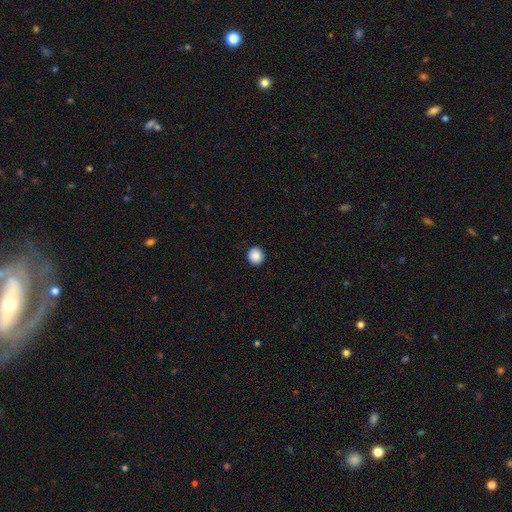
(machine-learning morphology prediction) Smooth or featured: smooth — 88% (star or artifact — 9%)
How rounded: round — 91% (in between — 8%)
Merging: none — 92% (minor disturbance — 5%)